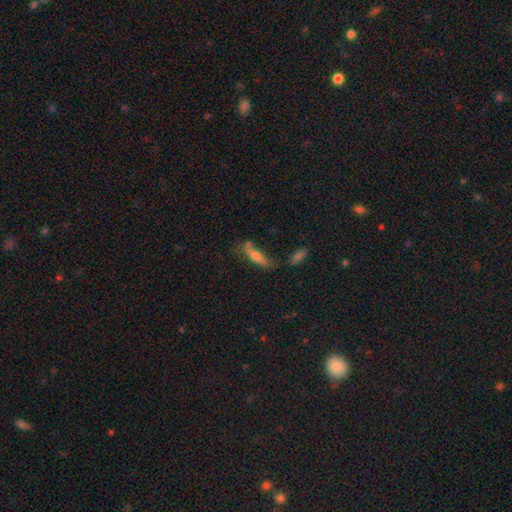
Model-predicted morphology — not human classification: This is possibly a smooth galaxy (50%). How rounded: likely cigar-shaped (71%). Merging: possibly none (49%).